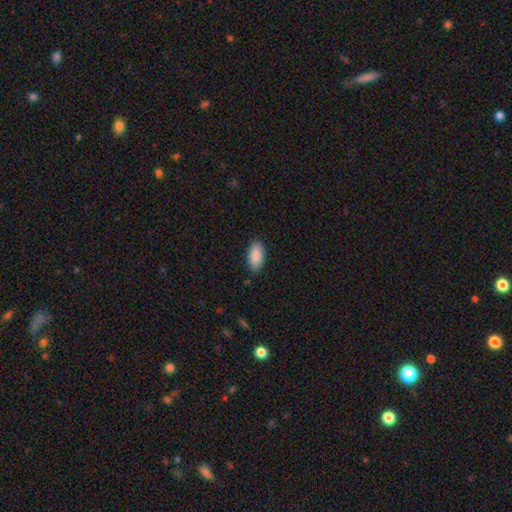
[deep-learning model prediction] This appears to be a smooth galaxy with no disk features (89%) that is in between round and cigar-shaped (93%). Merging: none (86%).